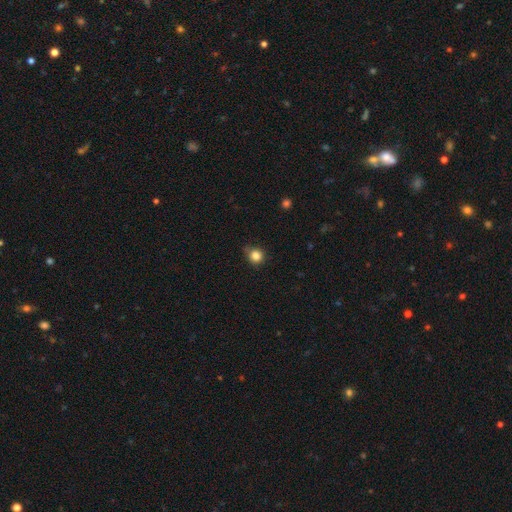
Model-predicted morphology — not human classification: Overall: smooth (84%). How rounded: round (89%). Merging: none (75%).